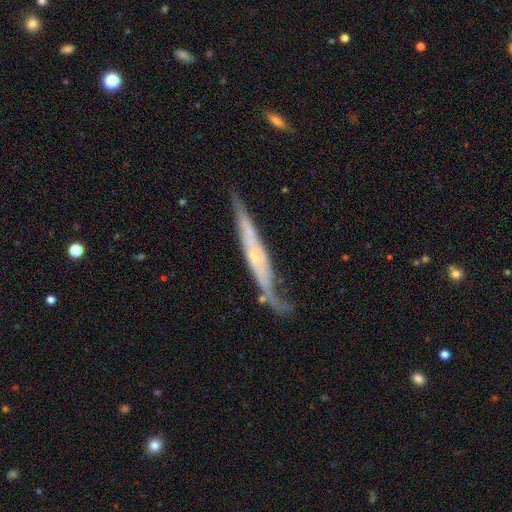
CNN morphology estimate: This appears to be a featured or disk galaxy (73%) viewed edge-on (78%) with no central bulge (49%). Merging: none (51%).